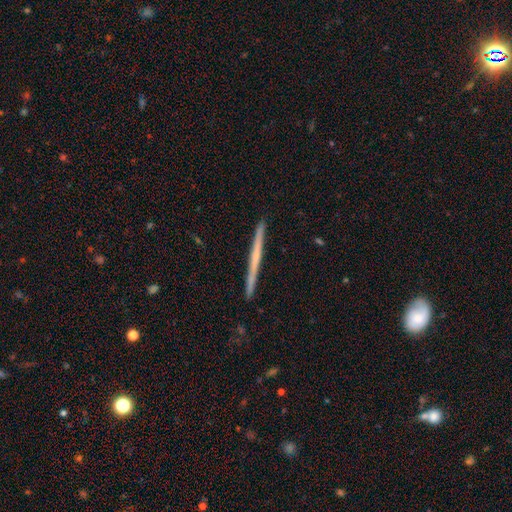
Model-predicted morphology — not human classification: This appears to be a featured or disk galaxy (60%) viewed edge-on (98%) with no central bulge (77%). Merging: none (92%).